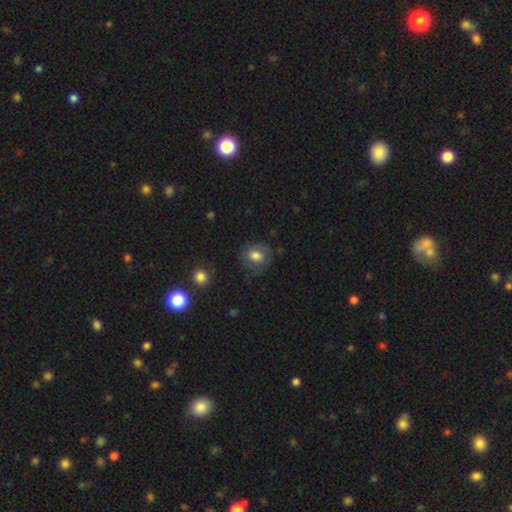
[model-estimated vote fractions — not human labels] Smooth or featured? Predicted: smooth (p=0.66). How rounded? Predicted: round (p=0.66). Merging? Predicted: none (p=0.71).